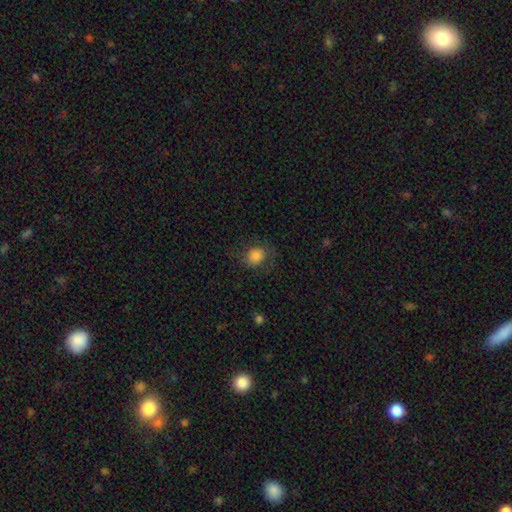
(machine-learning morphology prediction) A smooth galaxy with no disk features (81%) that is round (59%).

Vote fractions:
- Smooth or featured? smooth: 81% / featured or disk: 10% / star or artifact: 9%
- How rounded? round: 59% / in between: 40% / cigar-shaped: 1%
- Merging? none: 70% / minor disturbance: 18% / major disturbance: 10% / merger: 1%